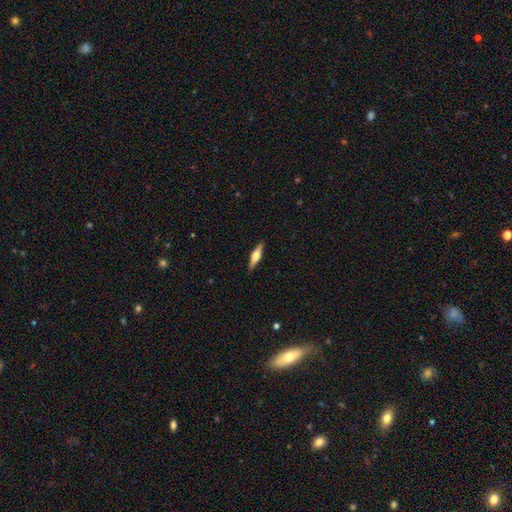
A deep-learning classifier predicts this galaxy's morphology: Smooth or featured?
  - featured or disk: 59% *
  - smooth: 36%
  - star or artifact: 6%
Edge-on disk?
  - yes: 96% *
  - no: 4%
Edge-on bulge?
  - rounded: 92% *
  - boxy: 6%
  - none: 2%
Merging?
  - none: 90% *
  - minor disturbance: 7%
  - major disturbance: 2%
  - merger: 1%